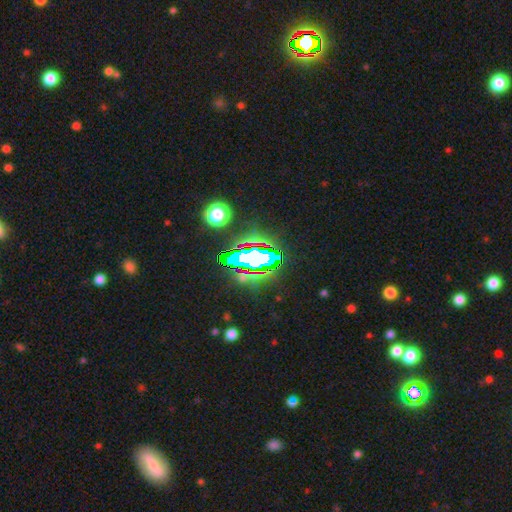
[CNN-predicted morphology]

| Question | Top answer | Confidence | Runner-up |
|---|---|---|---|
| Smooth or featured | star or artifact | 66% | smooth (17%) |